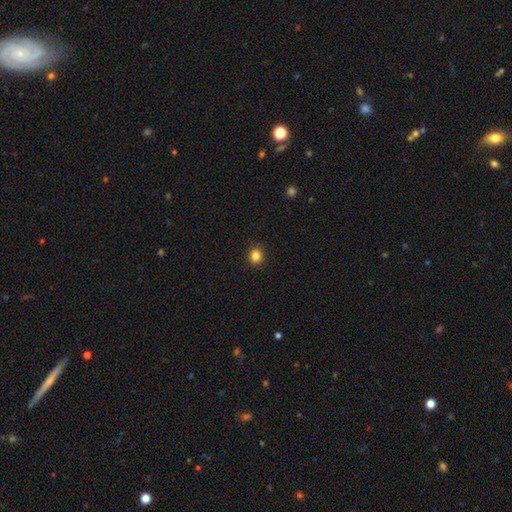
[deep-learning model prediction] smooth 85%, star or artifact 11%, featured or disk 4%. Down the decision tree: how rounded — round (85%); merging — none (92%).